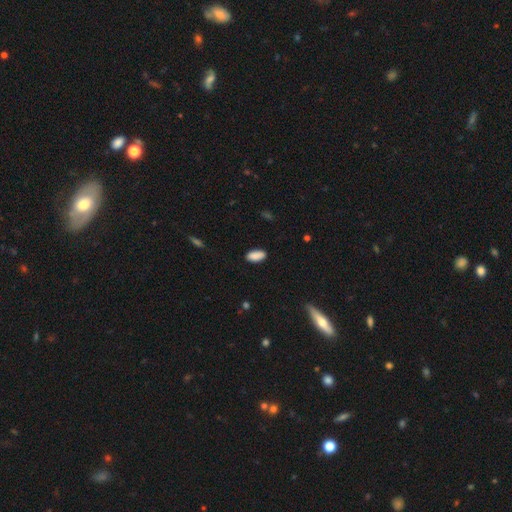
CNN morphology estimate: Smooth or featured? Predicted: smooth (p=0.89). How rounded? Predicted: in between (p=0.90). Merging? Predicted: none (p=0.86).